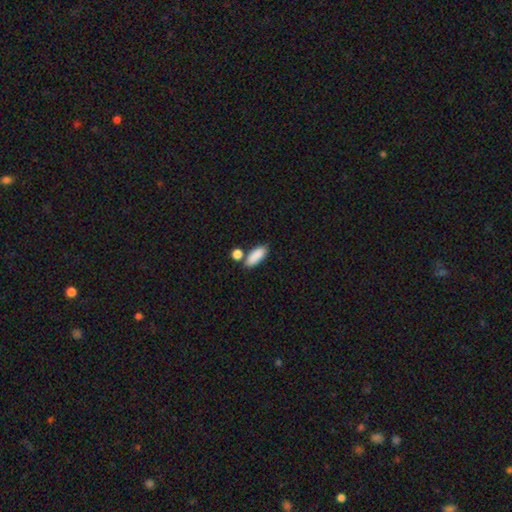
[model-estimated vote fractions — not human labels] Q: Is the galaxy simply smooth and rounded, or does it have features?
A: smooth — 87%.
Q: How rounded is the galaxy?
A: in between — 78%.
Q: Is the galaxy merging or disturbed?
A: none — 65%.